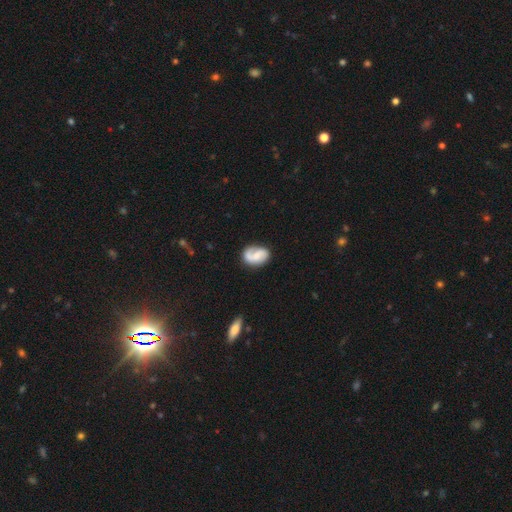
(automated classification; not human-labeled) Morphology: type=featured or disk (58%); edge-on=no (97%); bar=no (54%); spiral arms=yes (87%); bulge=small (33%, tied with none); merging=none (63%).